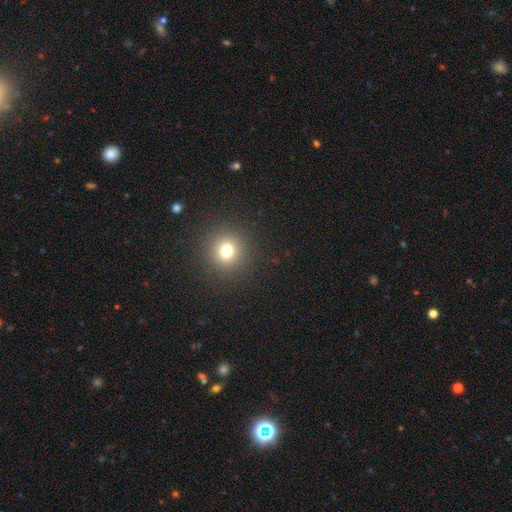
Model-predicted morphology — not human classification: This is likely a smooth galaxy (63%). How rounded: clearly round (95%). Merging: clearly none (93%).